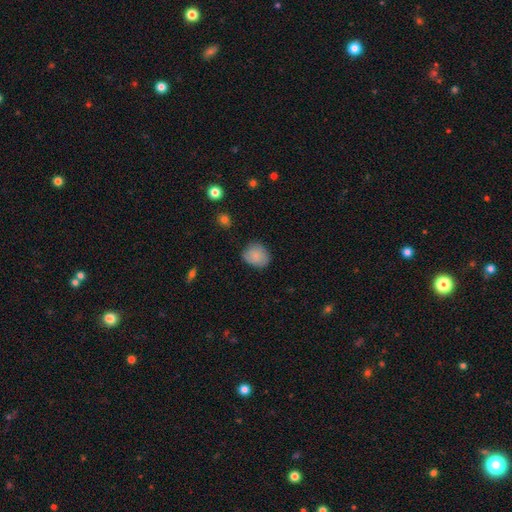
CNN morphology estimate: Overall: smooth (81%). How rounded: round (64%; in between 35%). Merging: none (73%).